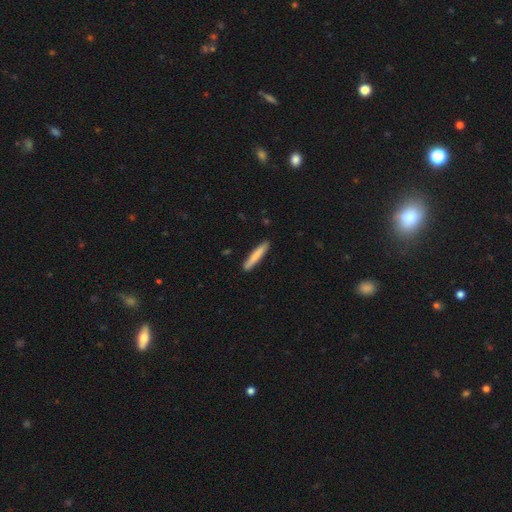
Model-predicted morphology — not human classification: A smooth galaxy with no disk features (80%) that is cigar-shaped (94%). Merging: none (90%).